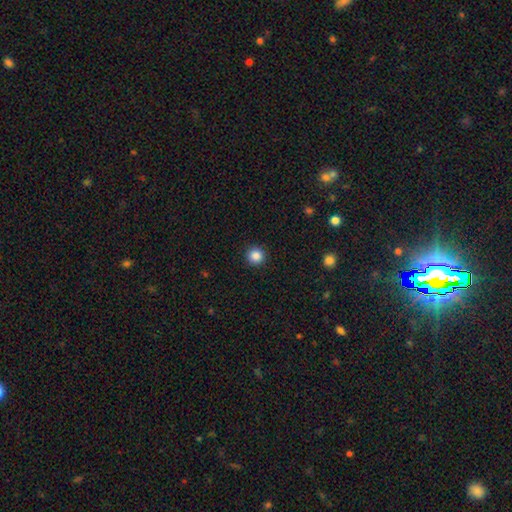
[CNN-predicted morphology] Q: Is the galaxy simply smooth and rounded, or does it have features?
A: smooth — 87%.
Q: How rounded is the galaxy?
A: round — 95%.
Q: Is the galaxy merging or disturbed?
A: none — 92%.